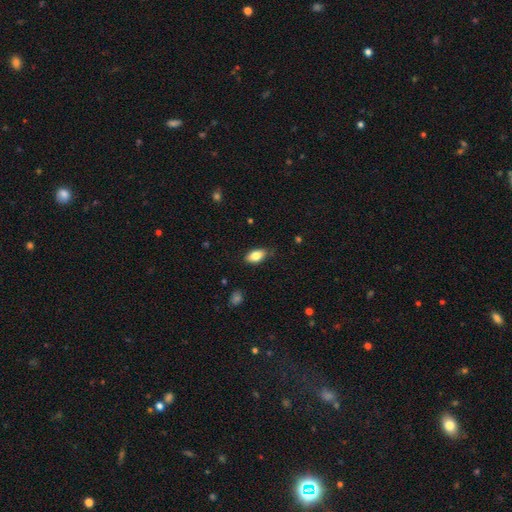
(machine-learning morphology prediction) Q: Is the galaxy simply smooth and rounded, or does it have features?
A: smooth — 81%.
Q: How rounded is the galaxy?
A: in between — 90%.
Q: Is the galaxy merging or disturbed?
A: none — 78%.